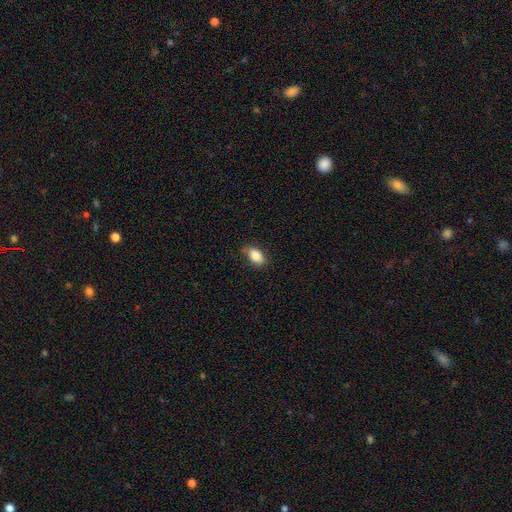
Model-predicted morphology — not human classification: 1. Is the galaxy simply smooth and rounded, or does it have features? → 85% smooth, 8% star or artifact, 7% featured or disk.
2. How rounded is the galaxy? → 90% in between, 8% round, 2% cigar-shaped.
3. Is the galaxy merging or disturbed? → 77% none, 18% minor disturbance, 3% major disturbance, 1% merger.